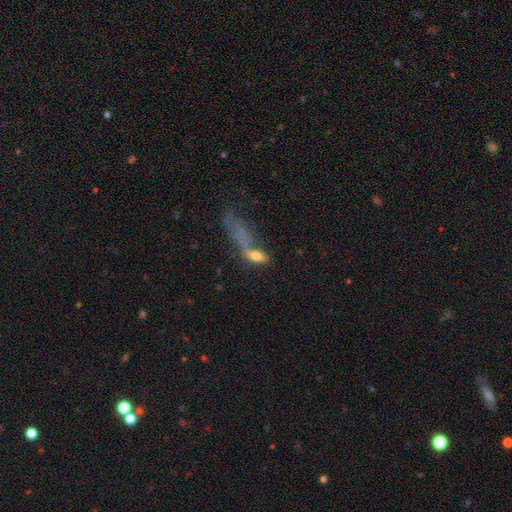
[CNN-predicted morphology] Smooth or featured?
  - smooth: 69% *
  - featured or disk: 21%
  - star or artifact: 10%
How rounded?
  - in between: 73% *
  - cigar-shaped: 21%
  - round: 6%
Merging?
  - merger: 34% *
  - none: 29%
  - major disturbance: 22%
  - minor disturbance: 15%